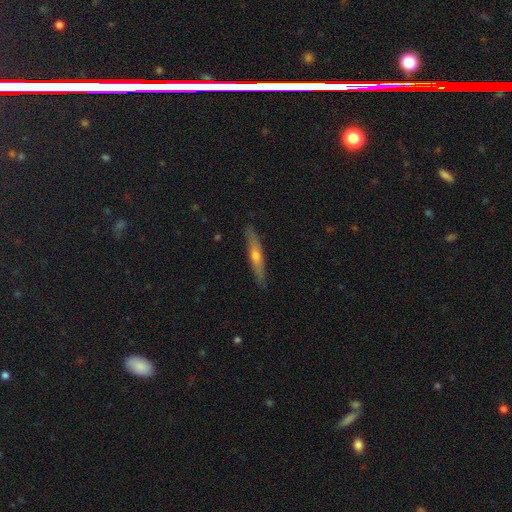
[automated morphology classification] A featured or disk galaxy (56%) viewed edge-on (92%) with a rounded central bulge (84%).

Vote fractions:
- Smooth or featured? featured or disk: 56% / smooth: 38% / star or artifact: 6%
- Edge-on disk? yes: 92% / no: 8%
- Edge-on bulge? rounded: 84% / none: 13% / boxy: 3%
- Merging? none: 88% / minor disturbance: 9% / major disturbance: 2% / merger: 1%